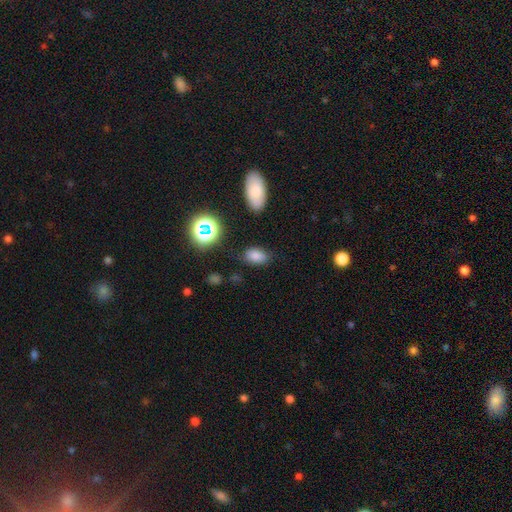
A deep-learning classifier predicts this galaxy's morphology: Smooth or featured: smooth — 77% (star or artifact — 16%)
How rounded: in between — 89% (round — 10%)
Merging: none — 80% (minor disturbance — 13%)